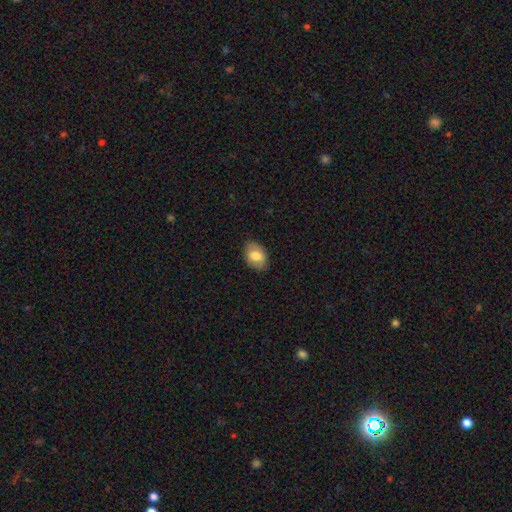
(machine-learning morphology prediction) smooth_or_featured: smooth (p=0.76) [alt: featured or disk p=0.17]
how_rounded: in between (p=0.86) [alt: round p=0.12]
merging: none (p=0.84) [alt: minor disturbance p=0.12]